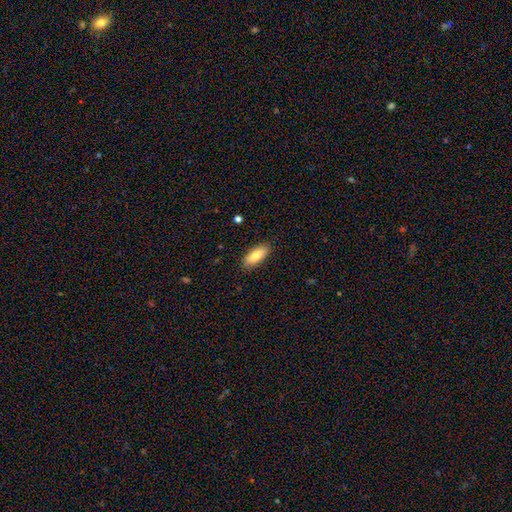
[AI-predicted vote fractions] Morphology: type=smooth (79%); roundness=in between (78%); merging=none (88%).